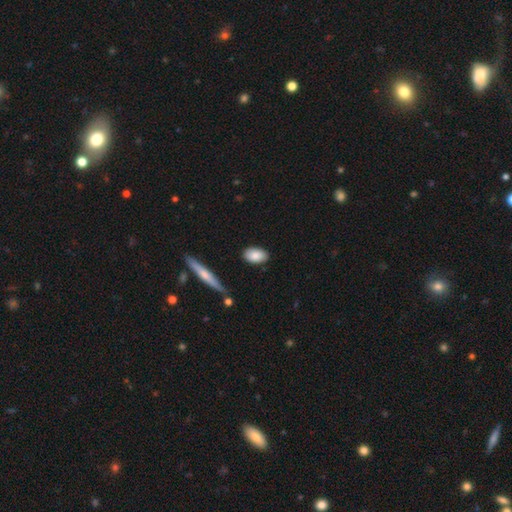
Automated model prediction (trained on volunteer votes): Morphology: type=smooth (86%); roundness=in between (92%); merging=none (85%).